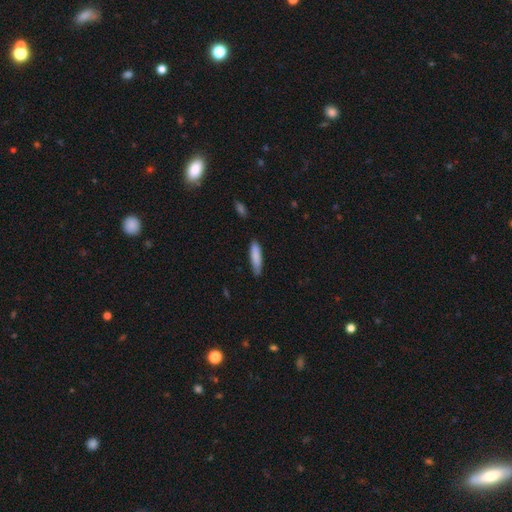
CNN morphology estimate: type=smooth (84%); roundness=cigar-shaped (70%); merging=none (76%).